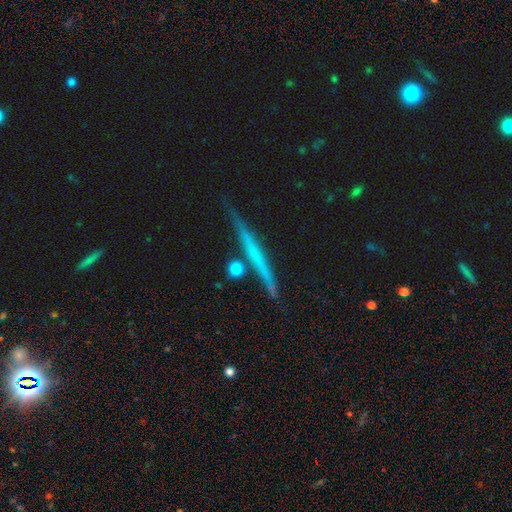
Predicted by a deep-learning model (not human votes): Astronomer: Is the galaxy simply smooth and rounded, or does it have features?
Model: featured or disk — 56% (runner-up: smooth, 37%).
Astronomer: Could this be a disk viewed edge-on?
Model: yes — 97%.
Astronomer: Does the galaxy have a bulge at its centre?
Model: none — 86%.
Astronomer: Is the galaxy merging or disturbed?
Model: none — 83%.